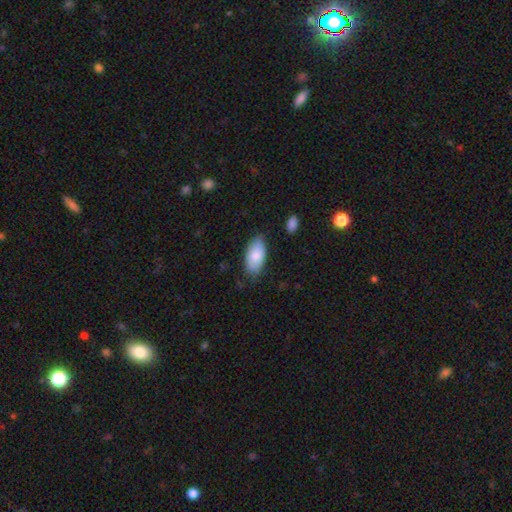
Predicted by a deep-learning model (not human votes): smooth-or-featured: smooth: 83% | featured or disk: 11% | star or artifact: 6%
  how-rounded: in between: 94% | cigar-shaped: 4% | round: 3%
  merging: none: 74% | minor disturbance: 20% | major disturbance: 4% | merger: 2%